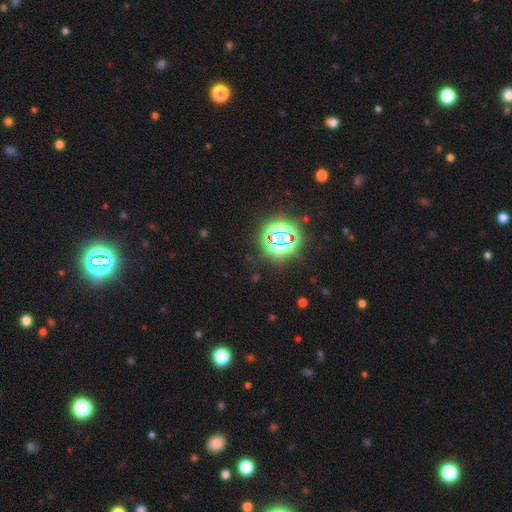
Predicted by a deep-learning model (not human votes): This is clearly a star or artifact rather than a galaxy (82%).